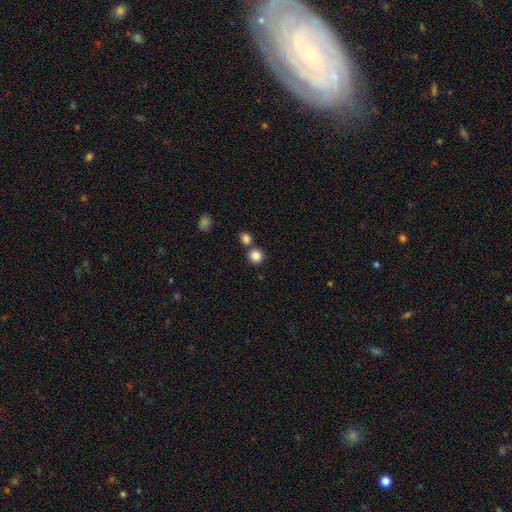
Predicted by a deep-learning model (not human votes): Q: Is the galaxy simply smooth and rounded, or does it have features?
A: smooth — 85%.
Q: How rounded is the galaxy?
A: round — 91%.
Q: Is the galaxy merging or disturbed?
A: none — 72%.